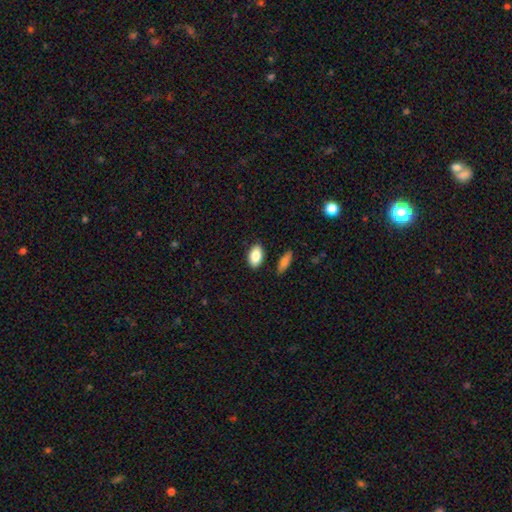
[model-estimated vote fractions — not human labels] Smooth or featured: smooth — 86% (featured or disk — 7%)
How rounded: in between — 91% (round — 6%)
Merging: none — 85% (minor disturbance — 10%)